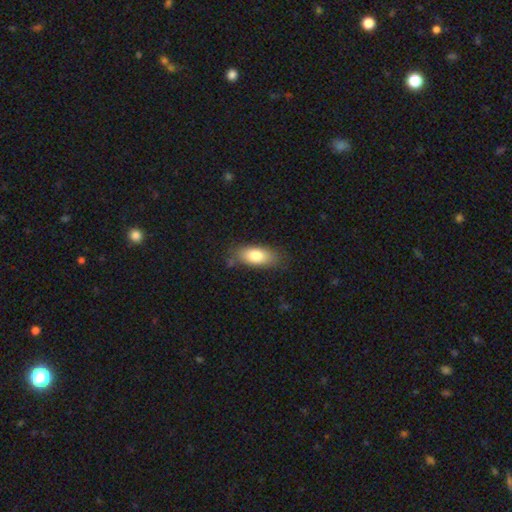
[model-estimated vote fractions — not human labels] Smooth or featured?
  - smooth: 77% *
  - featured or disk: 16%
  - star or artifact: 7%
How rounded?
  - in between: 84% *
  - cigar-shaped: 13%
  - round: 3%
Merging?
  - none: 78% *
  - minor disturbance: 16%
  - major disturbance: 4%
  - merger: 2%